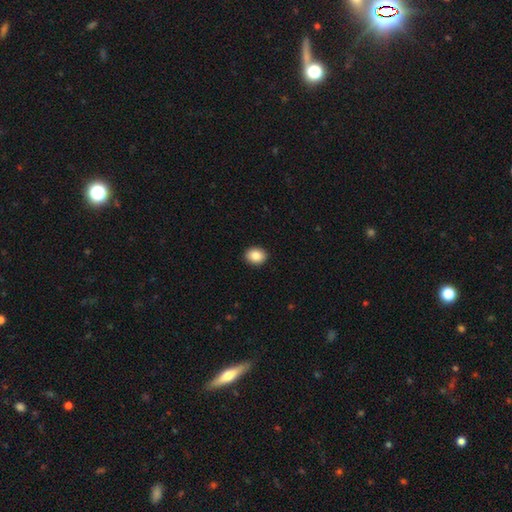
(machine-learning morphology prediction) This is clearly a smooth galaxy (86%). How rounded: possibly round (51%). Merging: clearly none (92%).